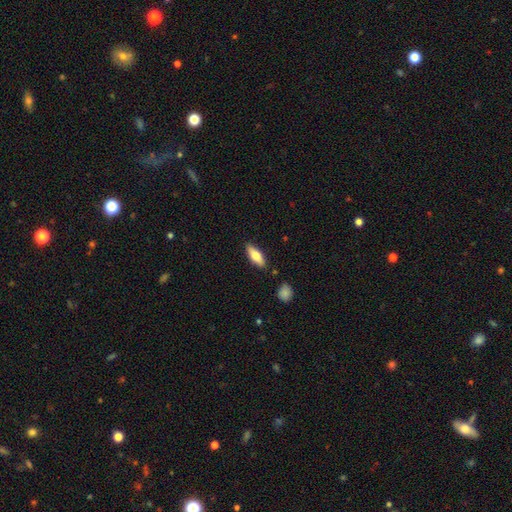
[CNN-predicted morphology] The model was most divided on "how rounded": in between: 67%, cigar-shaped: 30%, round: 2%. More confident: merging — none (86%); smooth or featured — smooth (67%).